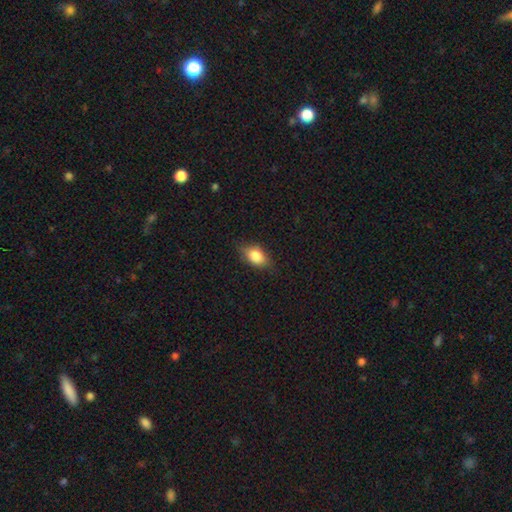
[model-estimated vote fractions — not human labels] smooth 81%, featured or disk 11%, star or artifact 8%. Down the decision tree: how rounded — in between (84%); merging — none (78%).